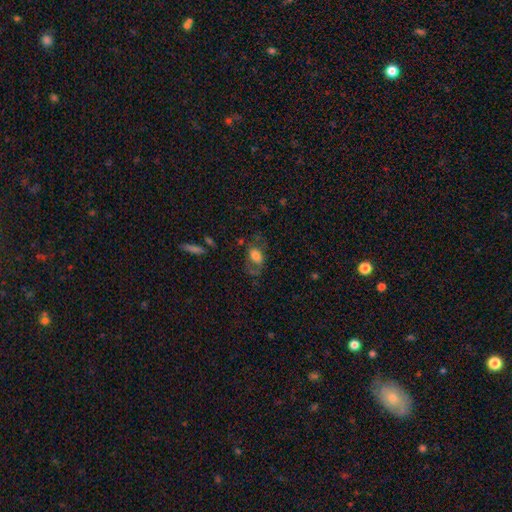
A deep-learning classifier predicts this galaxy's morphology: This appears to be a smooth galaxy with no disk features (63%) that is in between round and cigar-shaped (82%). Merging: none (46%).